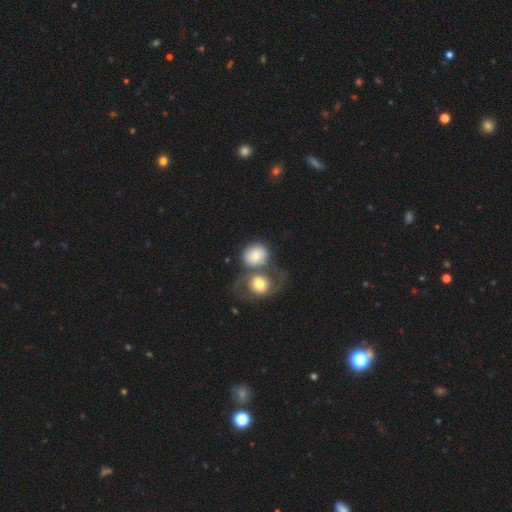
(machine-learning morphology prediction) The model was most divided on "merging": merger: 51%, none: 30%, minor disturbance: 10%, major disturbance: 9%. More confident: how rounded — round (75%); smooth or featured — smooth (71%).